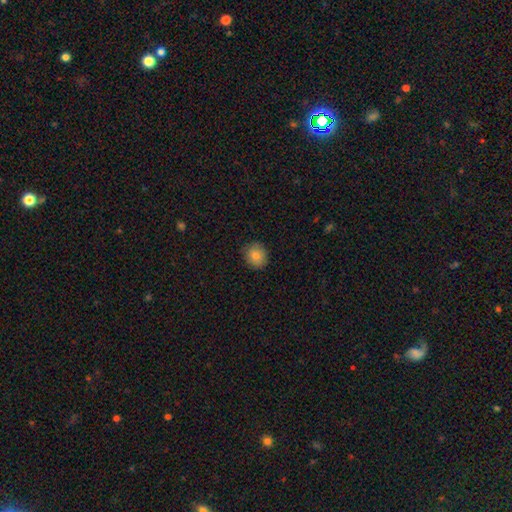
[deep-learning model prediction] Overall: smooth (81%). How rounded: round (73%). Merging: none (85%).